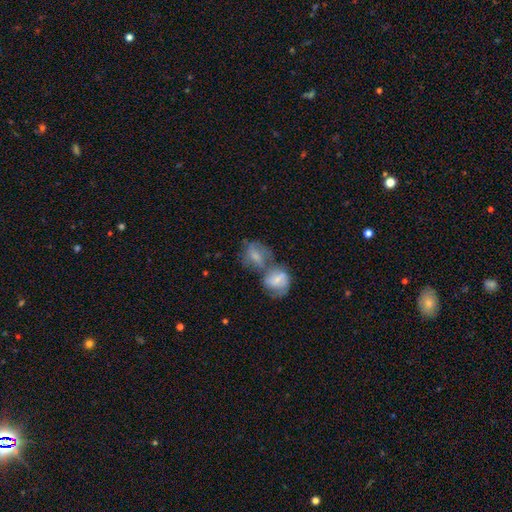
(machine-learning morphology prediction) Smooth or featured: smooth — 60% (featured or disk — 32%)
How rounded: in between — 56% (round — 42%)
Merging: merger — 61% (none — 22%)